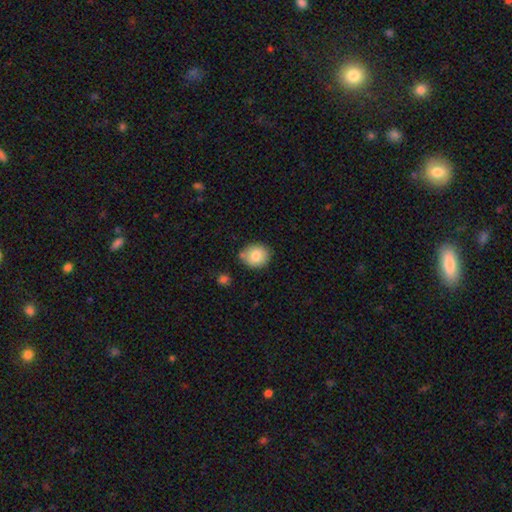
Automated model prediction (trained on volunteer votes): Smooth or featured? Predicted: smooth (p=0.82). How rounded? Predicted: round (p=0.73). Merging? Predicted: none (p=0.75).